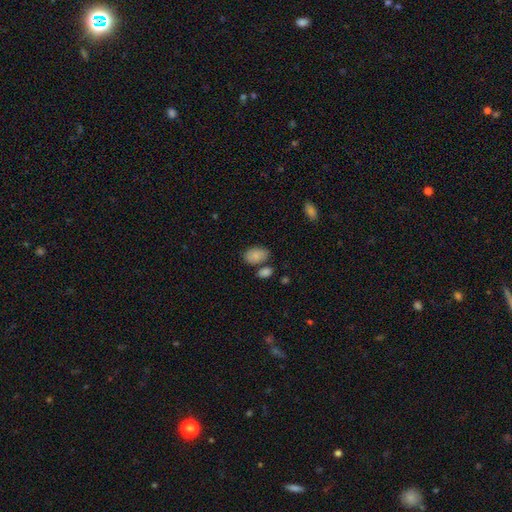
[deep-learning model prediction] Smooth or featured? Predicted: smooth (p=0.84). How rounded? Predicted: in between (p=0.87). Merging? Predicted: none (p=0.62).